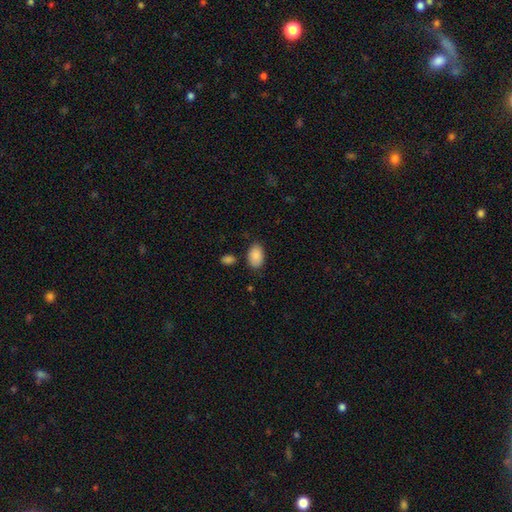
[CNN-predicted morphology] Smooth or featured?
  - smooth: 89% *
  - star or artifact: 7%
  - featured or disk: 4%
How rounded?
  - in between: 90% *
  - round: 9%
  - cigar-shaped: 1%
Merging?
  - none: 78% *
  - minor disturbance: 15%
  - merger: 4%
  - major disturbance: 3%